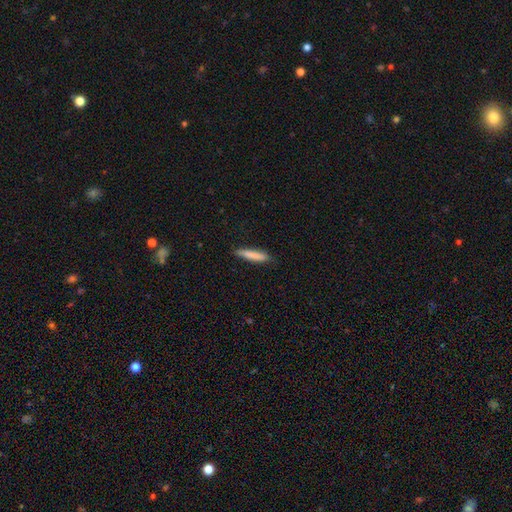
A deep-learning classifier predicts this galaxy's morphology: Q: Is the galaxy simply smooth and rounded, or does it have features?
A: smooth — 82%.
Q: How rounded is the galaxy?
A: cigar-shaped — 91%.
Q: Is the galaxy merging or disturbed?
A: none — 87%.